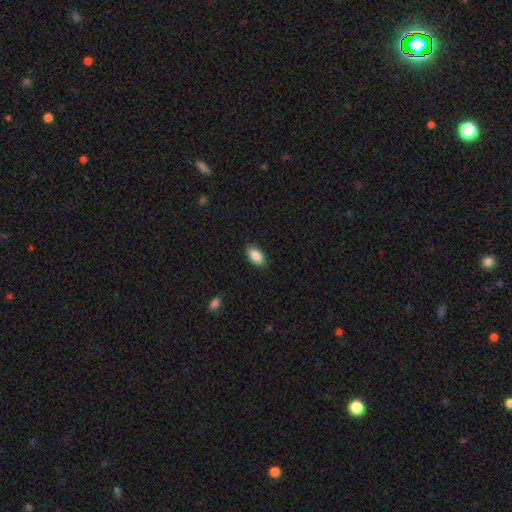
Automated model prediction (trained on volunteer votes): smooth_or_featured: smooth (p=0.87) [alt: star or artifact p=0.07]
how_rounded: in between (p=0.92) [alt: cigar-shaped p=0.04]
merging: none (p=0.86) [alt: minor disturbance p=0.11]